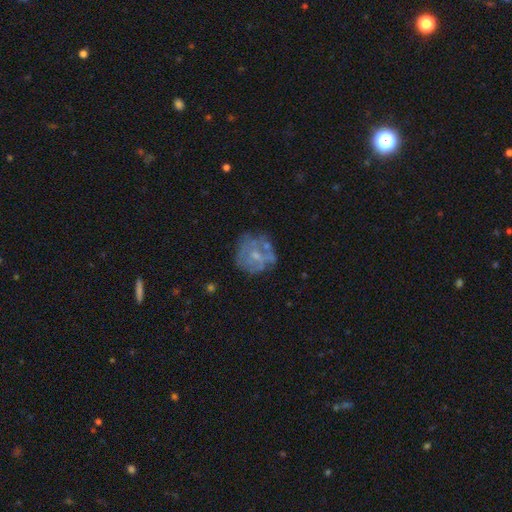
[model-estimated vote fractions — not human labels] Q: Smooth or featured?
A: featured or disk (57%); runner-up: smooth (33%)
Q: Edge-on disk?
A: no (98%); runner-up: yes (2%)
Q: Bar?
A: no (79%); runner-up: weak (18%)
Q: Spiral arms?
A: no (70%); runner-up: yes (30%)
Q: Bulge size?
A: small (53%); runner-up: moderate (32%)
Q: Merging?
A: none (56%); runner-up: minor disturbance (22%)